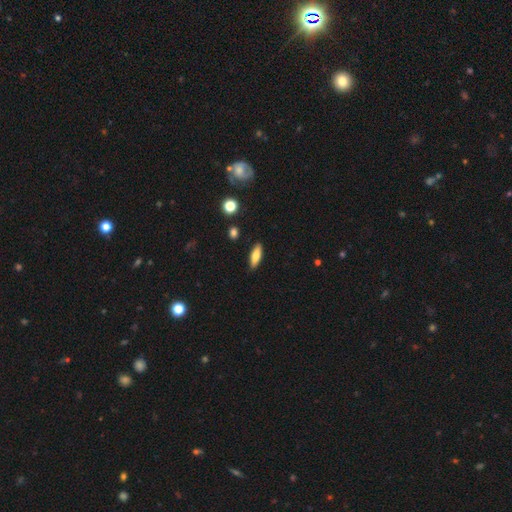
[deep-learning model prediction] Overall: smooth (75%). How rounded: in between (58%; cigar-shaped 40%). Merging: none (87%).